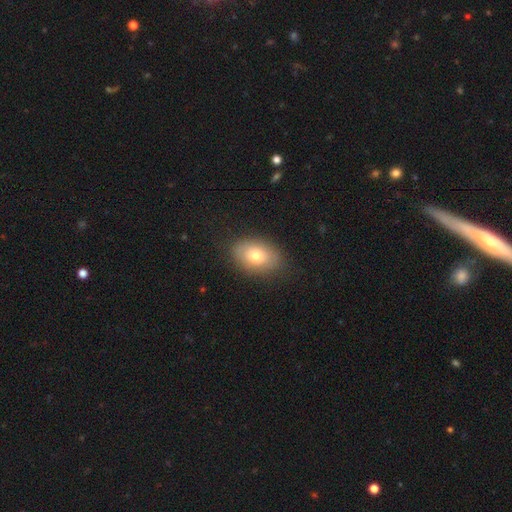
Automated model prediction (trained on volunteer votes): Overall: smooth (77%). How rounded: in between (86%). Merging: none (84%).